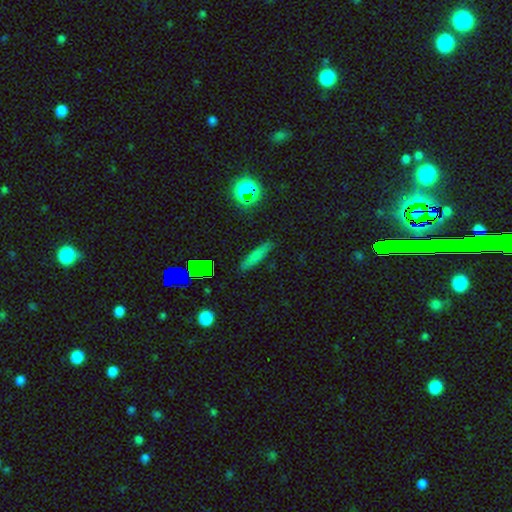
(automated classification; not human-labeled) Q: Smooth or featured?
A: smooth (70%); runner-up: star or artifact (15%)
Q: How rounded?
A: cigar-shaped (81%); runner-up: in between (16%)
Q: Merging?
A: none (85%); runner-up: minor disturbance (11%)